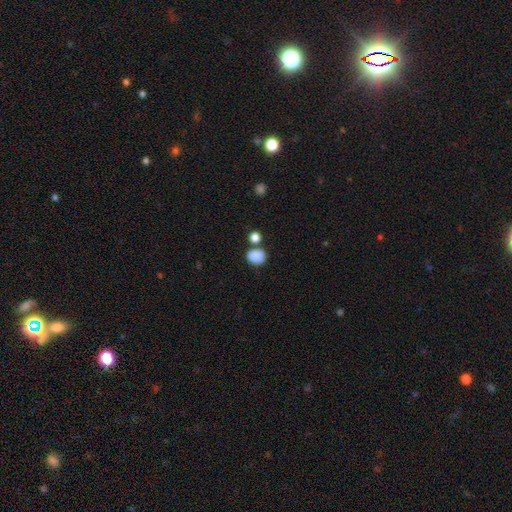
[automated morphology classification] Overall: smooth (87%). How rounded: round (65%; in between 34%). Merging: none (68%).